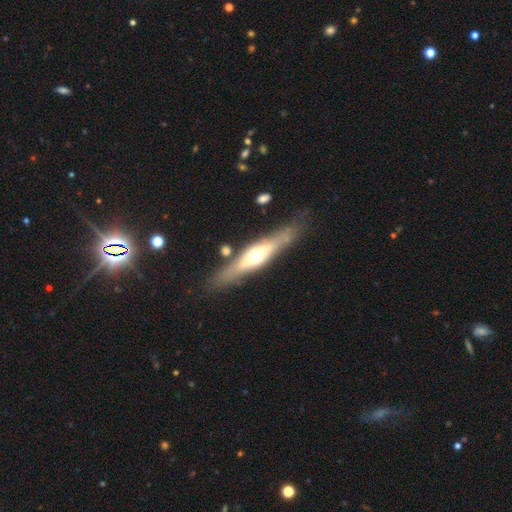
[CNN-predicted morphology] featured or disk 61%, smooth 33%, star or artifact 6%. Down the decision tree: edge-on disk — yes (89%); edge-on bulge — rounded (91%); merging — none (79%).